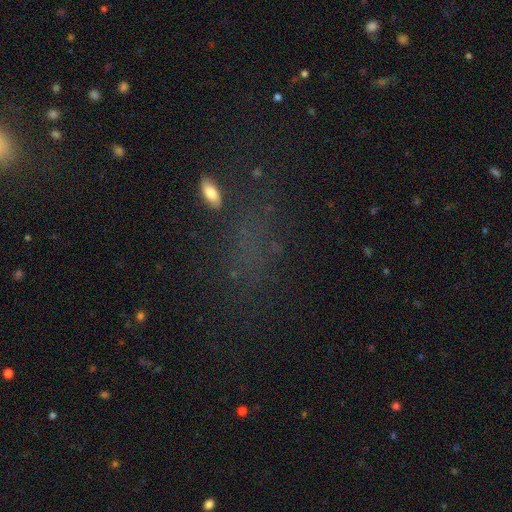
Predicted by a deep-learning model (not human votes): This appears to be a star or artifact, not a galaxy (44%).